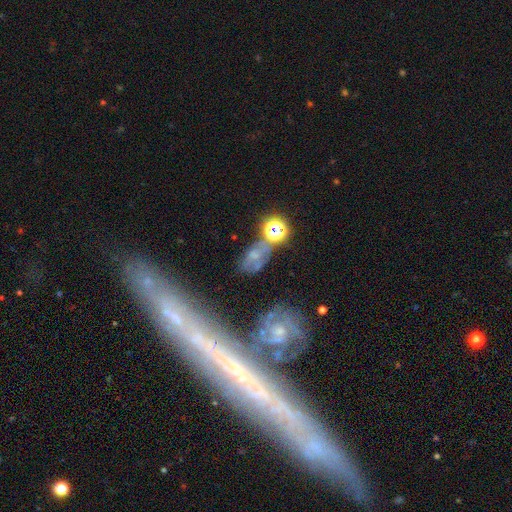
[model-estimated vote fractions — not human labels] Q: Smooth or featured?
A: featured or disk (43%); runner-up: smooth (32%)
Q: Merging?
A: none (46%); runner-up: merger (20%)